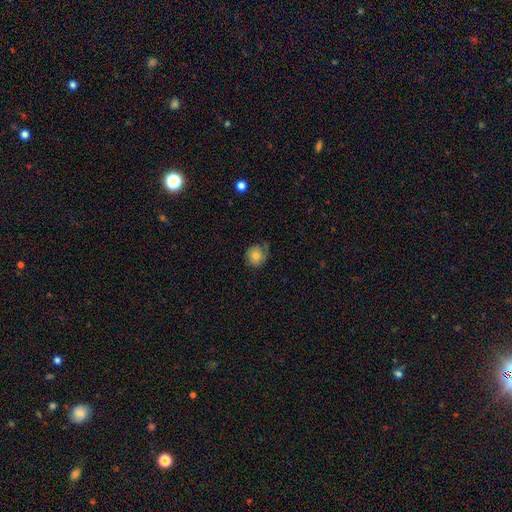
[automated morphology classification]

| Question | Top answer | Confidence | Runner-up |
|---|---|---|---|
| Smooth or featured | smooth | 69% | featured or disk (22%) |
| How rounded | round | 83% | in between (16%) |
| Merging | none | 58% | minor disturbance (28%) |